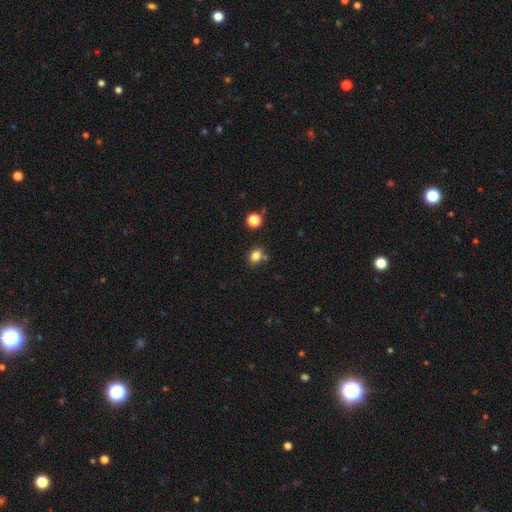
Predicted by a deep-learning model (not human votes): Smooth or featured?
  - smooth: 81% *
  - star or artifact: 13%
  - featured or disk: 6%
How rounded?
  - in between: 55% *
  - round: 44%
  - cigar-shaped: 1%
Merging?
  - none: 73% *
  - minor disturbance: 14%
  - merger: 10%
  - major disturbance: 4%